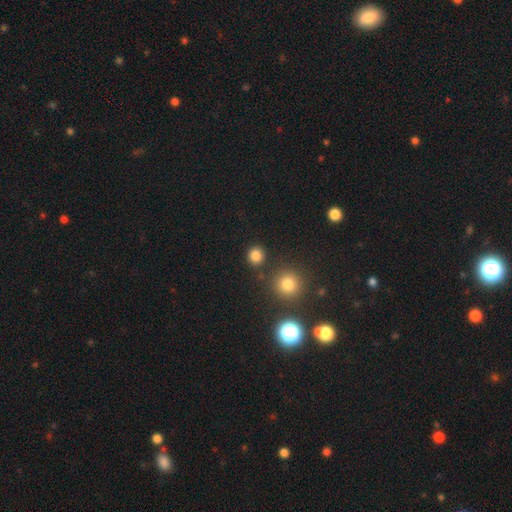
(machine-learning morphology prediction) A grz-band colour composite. It shows a smooth galaxy with no disk features (82%) that is round (87%). Merging: none (86%).